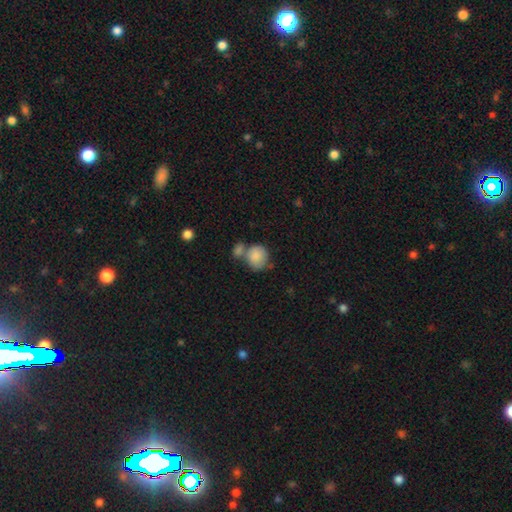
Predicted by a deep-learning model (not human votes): This is clearly a smooth galaxy (84%). How rounded: likely round (76%). Merging: possibly merger (45%).